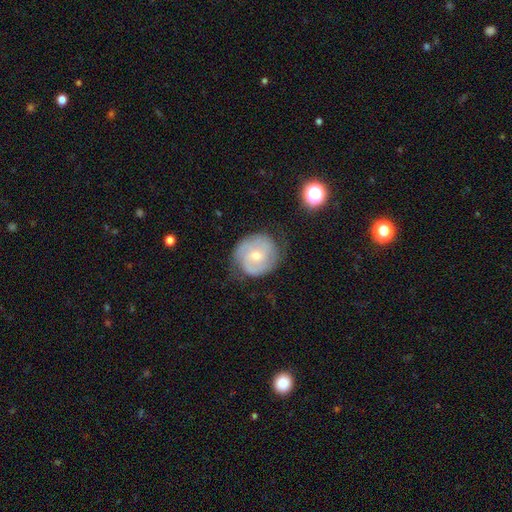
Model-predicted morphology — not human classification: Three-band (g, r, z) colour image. It shows a featured or disk galaxy (68%) with no bar (62%), 2 (58%) tight (52%) spiral arms (87%) and a small central bulge (51%). Merging: none (67%).